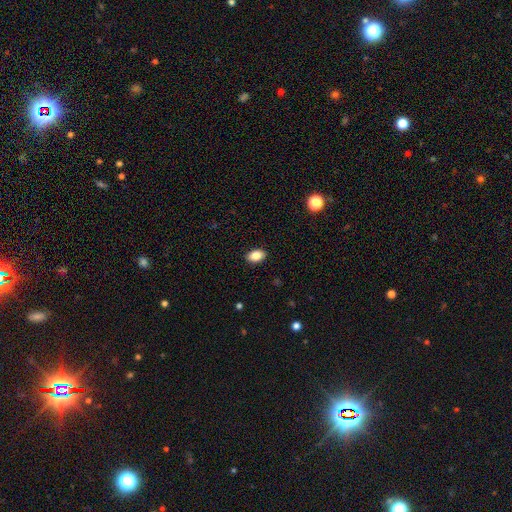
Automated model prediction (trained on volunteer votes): smooth 86%, star or artifact 8%, featured or disk 6%. Down the decision tree: how rounded — in between (88%); merging — none (90%).